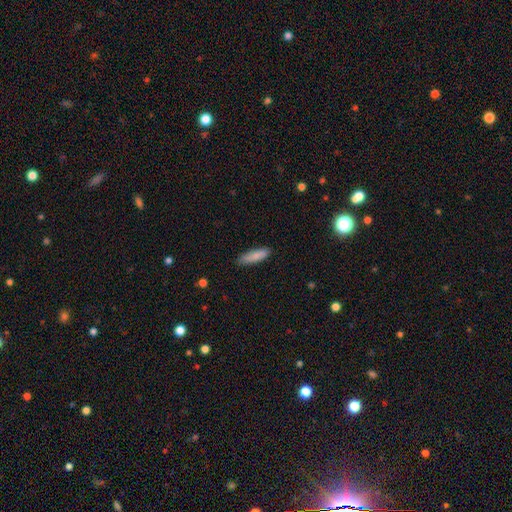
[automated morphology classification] A smooth galaxy with no disk features (85%) that is cigar-shaped (60%).

Vote fractions:
- Smooth or featured? smooth: 85% / featured or disk: 9% / star or artifact: 6%
- How rounded? cigar-shaped: 60% / in between: 38% / round: 2%
- Merging? none: 81% / minor disturbance: 15% / major disturbance: 2% / merger: 1%